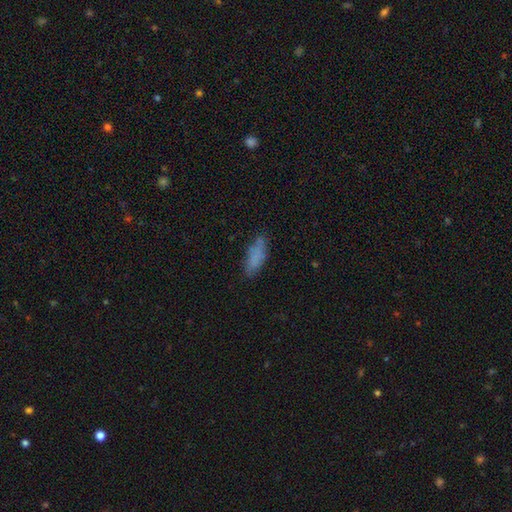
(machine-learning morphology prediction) A smooth galaxy with no disk features (77%) that is in between round and cigar-shaped (63%).

Vote fractions:
- Smooth or featured? smooth: 77% / featured or disk: 14% / star or artifact: 9%
- How rounded? in between: 63% / cigar-shaped: 35% / round: 2%
- Merging? none: 69% / minor disturbance: 22% / major disturbance: 6% / merger: 3%